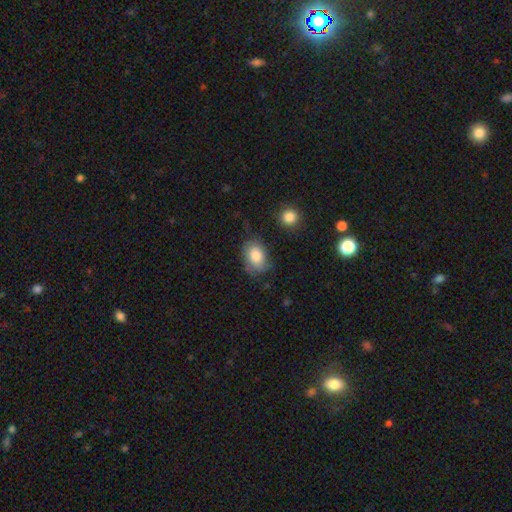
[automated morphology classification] The model was most divided on "merging": none: 63%, minor disturbance: 26%, major disturbance: 8%, merger: 3%. More confident: smooth or featured — smooth (80%); how rounded — in between (77%).